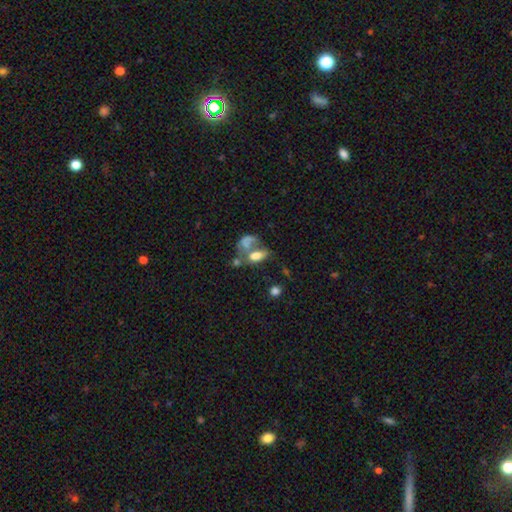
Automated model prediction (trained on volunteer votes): A smooth galaxy with no disk features (63%) that is in between round and cigar-shaped (84%). Merging: merger (49%).